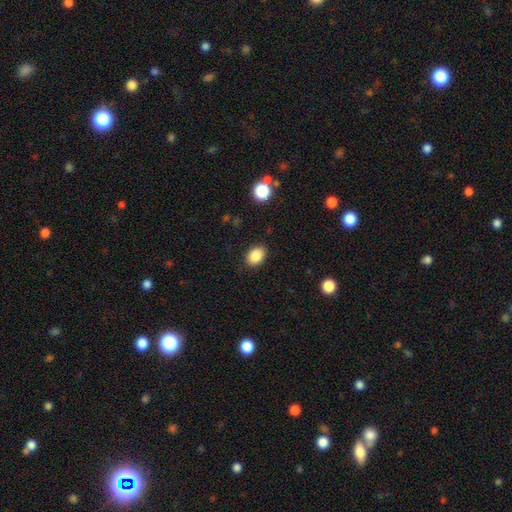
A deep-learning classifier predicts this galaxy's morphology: Smooth or featured? smooth (87%)
How rounded? in between (75%)
Merging? none (87%)